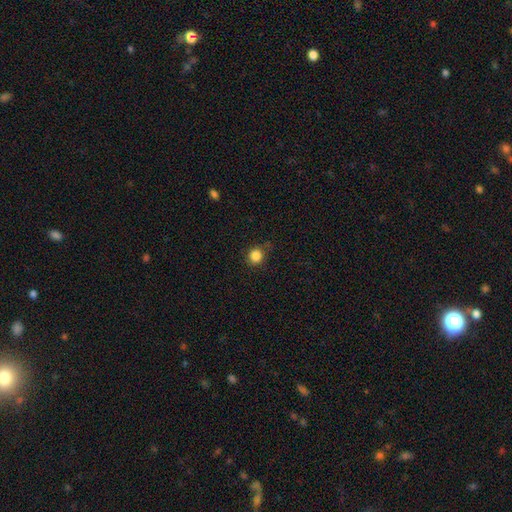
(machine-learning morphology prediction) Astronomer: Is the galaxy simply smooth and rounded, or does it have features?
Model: smooth — 85%.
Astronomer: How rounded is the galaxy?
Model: round — 90%.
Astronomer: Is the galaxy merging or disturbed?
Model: none — 84%.